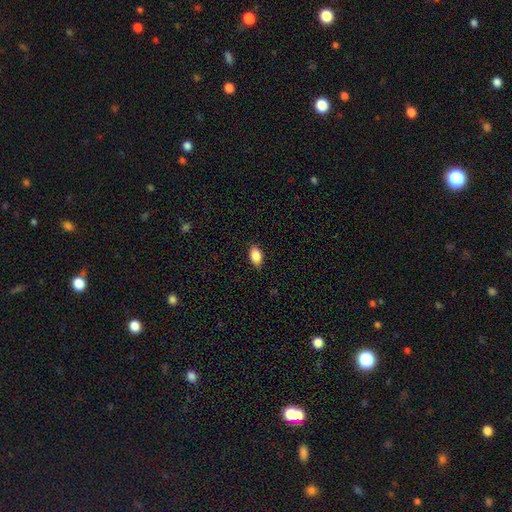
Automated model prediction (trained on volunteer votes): Morphology: type=smooth (87%); roundness=in between (90%); merging=none (84%).